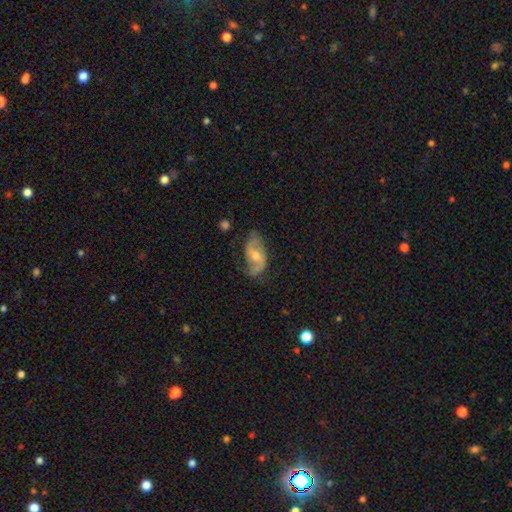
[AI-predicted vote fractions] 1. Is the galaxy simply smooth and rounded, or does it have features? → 80% featured or disk, 13% smooth, 7% star or artifact.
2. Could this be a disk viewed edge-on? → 96% no, 4% yes.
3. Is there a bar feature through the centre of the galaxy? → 47% no, 44% weak, 10% strong.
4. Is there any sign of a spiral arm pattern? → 94% yes, 6% no.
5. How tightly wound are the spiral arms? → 46% loose, 41% medium, 13% tight.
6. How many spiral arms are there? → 89% 2, 5% can't tell, 3% 1, 1% 3, 1% 4, 1% more than 4.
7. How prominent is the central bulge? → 53% moderate, 37% small, 5% none, 4% large, 1% dominant.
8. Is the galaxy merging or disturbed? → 70% none, 20% minor disturbance, 8% major disturbance, 2% merger.